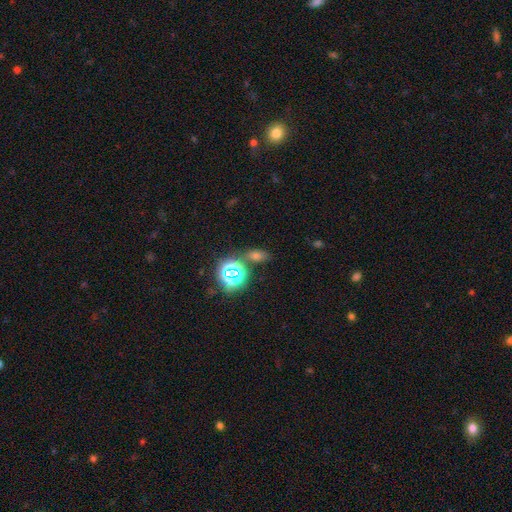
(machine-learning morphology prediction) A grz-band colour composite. It shows a smooth galaxy with no disk features (55%) that is in between round and cigar-shaped (76%). Merging: none (71%).